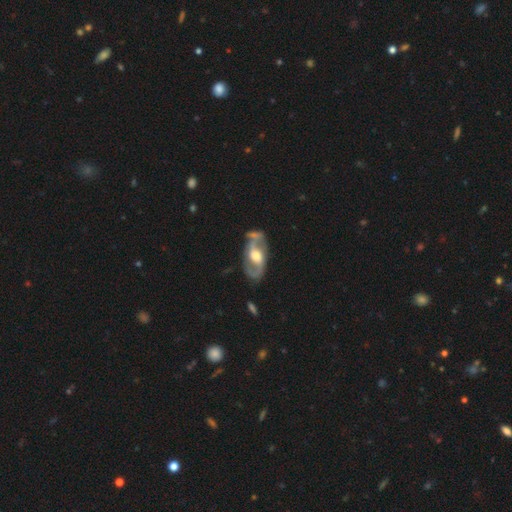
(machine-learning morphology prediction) type=featured or disk (82%); edge-on=no (94%); bar=weak (42%); spiral arms=yes (88%); winding=medium (51%); arm count=2 (89%); bulge=moderate (65%); merging=none (66%).